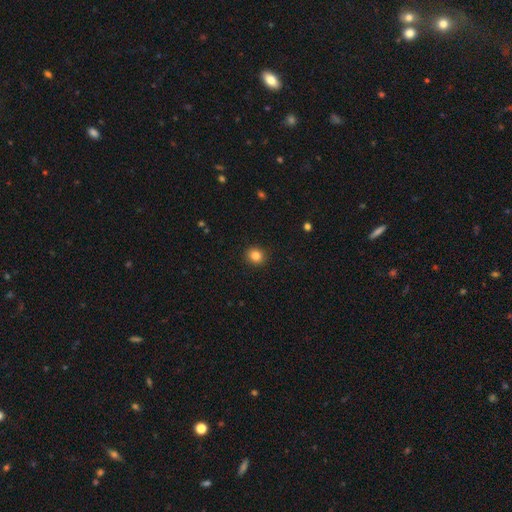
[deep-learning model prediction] Overall: smooth (84%). How rounded: round (82%). Merging: none (91%).